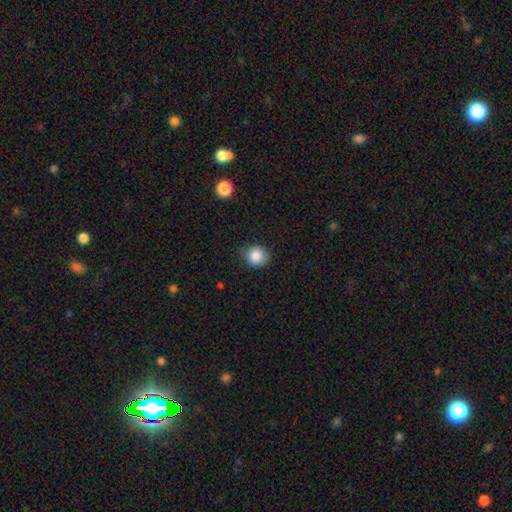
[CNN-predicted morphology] A smooth galaxy with no disk features (86%) that is round (82%).

Vote fractions:
- Smooth or featured? smooth: 86% / star or artifact: 10% / featured or disk: 5%
- How rounded? round: 82% / in between: 17% / cigar-shaped: 1%
- Merging? none: 80% / minor disturbance: 15% / major disturbance: 3% / merger: 1%